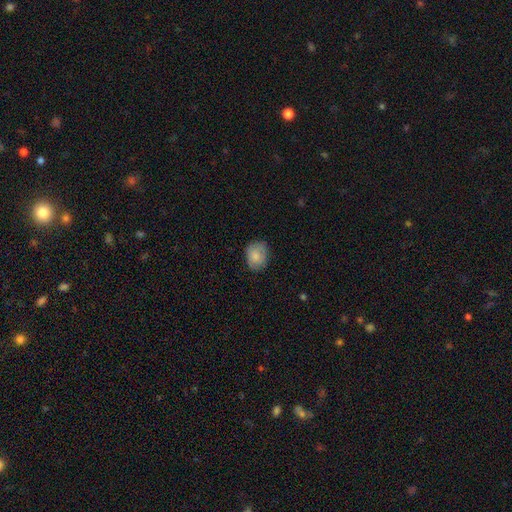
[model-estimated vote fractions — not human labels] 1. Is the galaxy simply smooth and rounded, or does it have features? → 80% smooth, 12% featured or disk, 7% star or artifact.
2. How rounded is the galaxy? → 50% in between, 49% round, 1% cigar-shaped.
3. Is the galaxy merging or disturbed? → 74% none, 20% minor disturbance, 4% major disturbance, 1% merger.